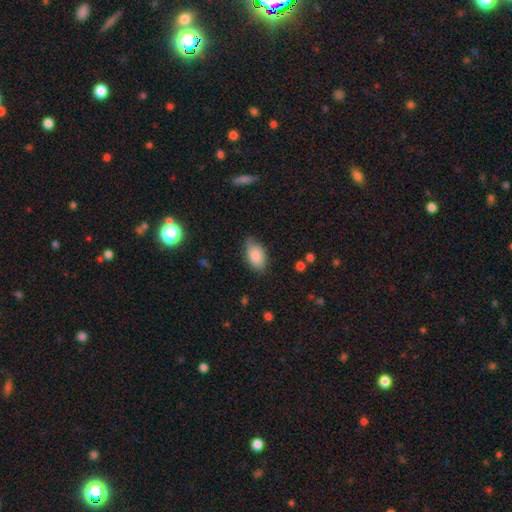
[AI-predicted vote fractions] smooth-or-featured: smooth: 79% | featured or disk: 14% | star or artifact: 7%
  how-rounded: in between: 93% | round: 6% | cigar-shaped: 2%
  merging: none: 65% | minor disturbance: 28% | major disturbance: 6% | merger: 1%